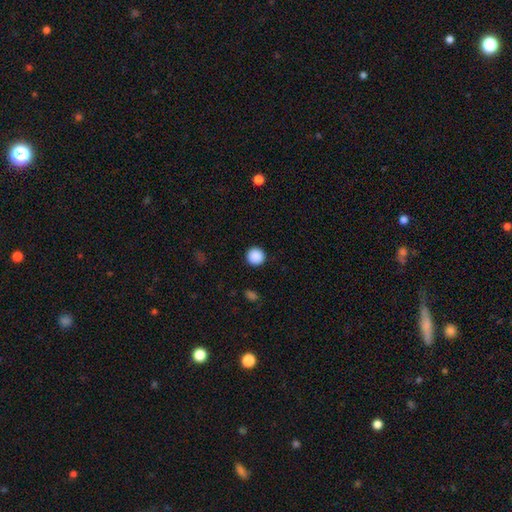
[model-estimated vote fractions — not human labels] This is clearly a smooth galaxy (89%). How rounded: clearly round (96%). Merging: clearly none (93%).